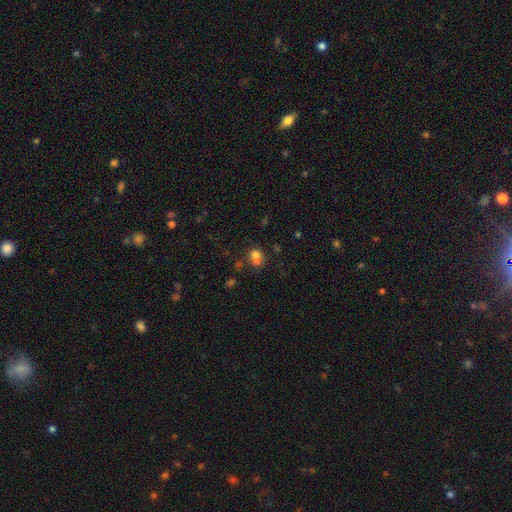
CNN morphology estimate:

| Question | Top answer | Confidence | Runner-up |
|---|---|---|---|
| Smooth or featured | smooth | 69% | featured or disk (16%) |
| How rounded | round | 63% | in between (36%) |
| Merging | merger | 43% | none (35%) |